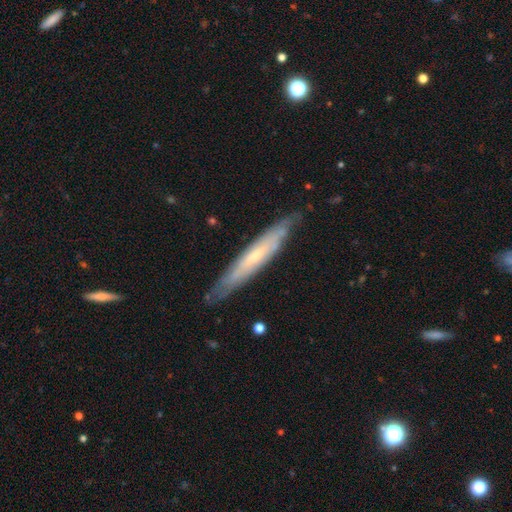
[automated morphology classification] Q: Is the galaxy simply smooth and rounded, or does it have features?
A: featured or disk — 61%.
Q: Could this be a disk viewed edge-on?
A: yes — 71%.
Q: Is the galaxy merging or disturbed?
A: none — 81%.